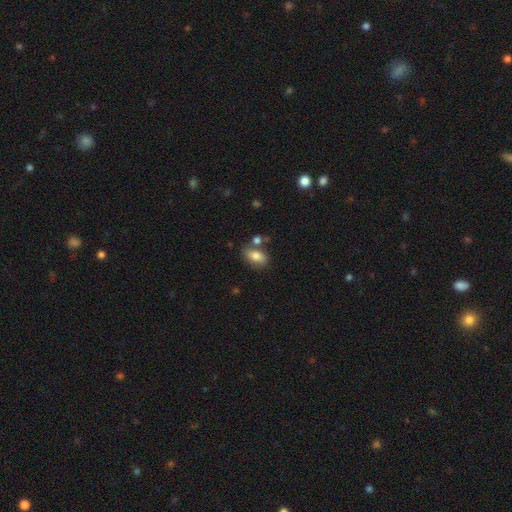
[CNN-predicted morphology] A smooth galaxy with no disk features (80%) that is in between round and cigar-shaped (87%). Merging: none (65%).